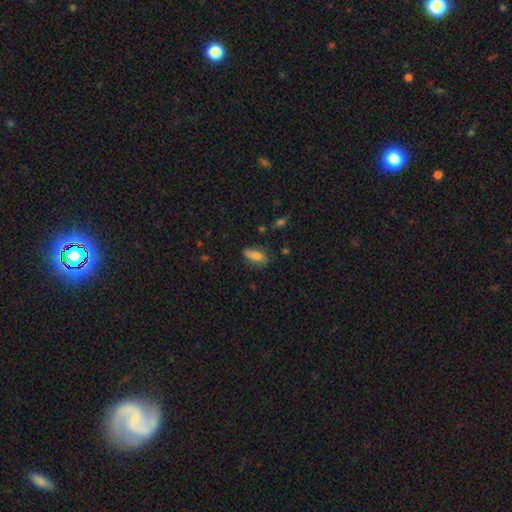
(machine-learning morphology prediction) This appears to be a smooth galaxy with no disk features (70%) that is in between round and cigar-shaped (76%). Merging: none (70%).